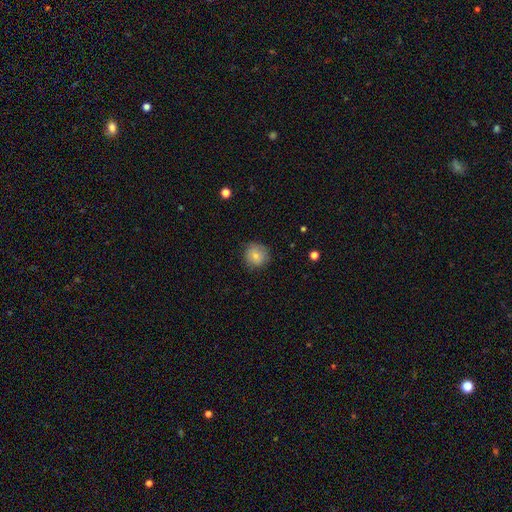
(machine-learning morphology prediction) Smooth or featured: smooth — 79% (featured or disk — 12%)
How rounded: round — 92% (in between — 7%)
Merging: none — 82% (minor disturbance — 14%)